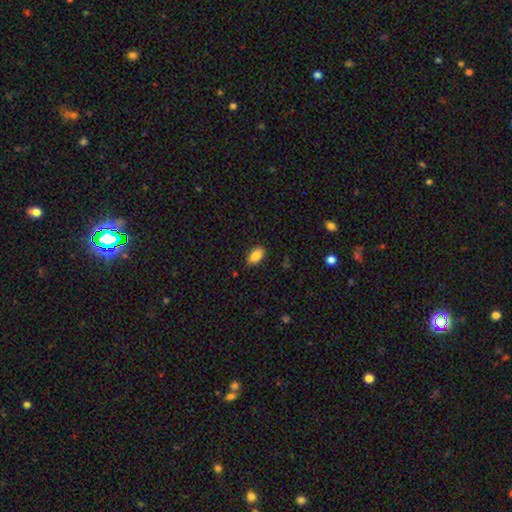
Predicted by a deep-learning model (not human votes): Smooth or featured?
  - smooth: 86% *
  - star or artifact: 8%
  - featured or disk: 6%
How rounded?
  - in between: 91% *
  - round: 5%
  - cigar-shaped: 3%
Merging?
  - none: 86% *
  - minor disturbance: 10%
  - major disturbance: 2%
  - merger: 1%